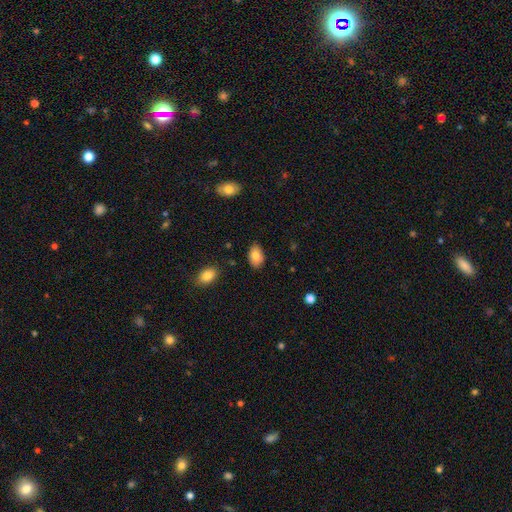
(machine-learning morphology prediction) smooth 82%, featured or disk 11%, star or artifact 7%. Down the decision tree: how rounded — in between (90%); merging — none (82%).